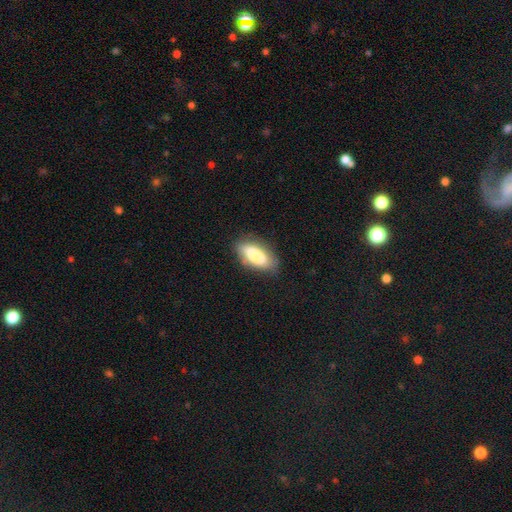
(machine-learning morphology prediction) This is clearly a smooth galaxy (80%). How rounded: clearly in between (86%). Merging: likely none (76%).